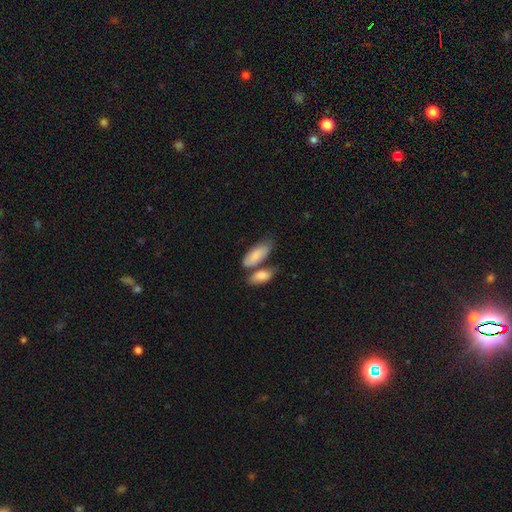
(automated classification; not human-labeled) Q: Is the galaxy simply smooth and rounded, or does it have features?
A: smooth — 82%.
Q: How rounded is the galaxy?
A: in between — 86%.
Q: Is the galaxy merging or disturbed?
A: none — 42%.